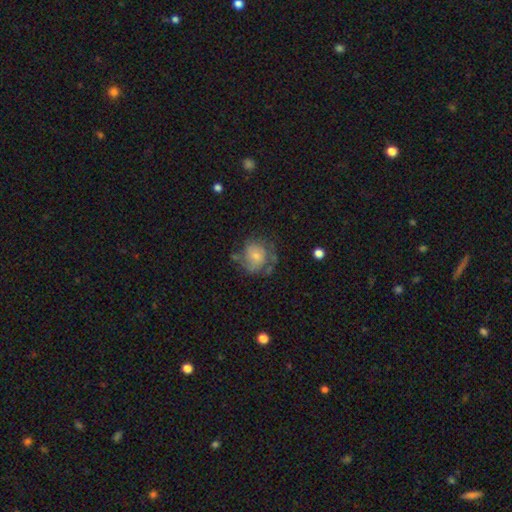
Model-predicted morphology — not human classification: Q: Smooth or featured?
A: smooth (52%); runner-up: featured or disk (40%)
Q: How rounded?
A: round (72%); runner-up: in between (27%)
Q: Merging?
A: none (44%); runner-up: minor disturbance (28%)